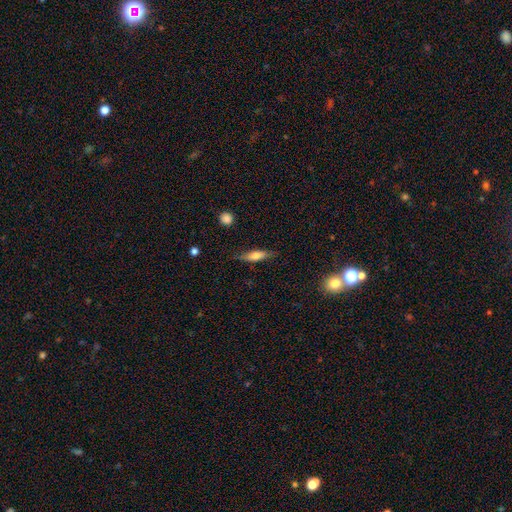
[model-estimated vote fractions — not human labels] A smooth galaxy with no disk features (58%) that is cigar-shaped (65%).

Vote fractions:
- Smooth or featured? smooth: 58% / featured or disk: 35% / star or artifact: 7%
- How rounded? cigar-shaped: 65% / in between: 32% / round: 3%
- Merging? none: 81% / minor disturbance: 14% / major disturbance: 3% / merger: 1%